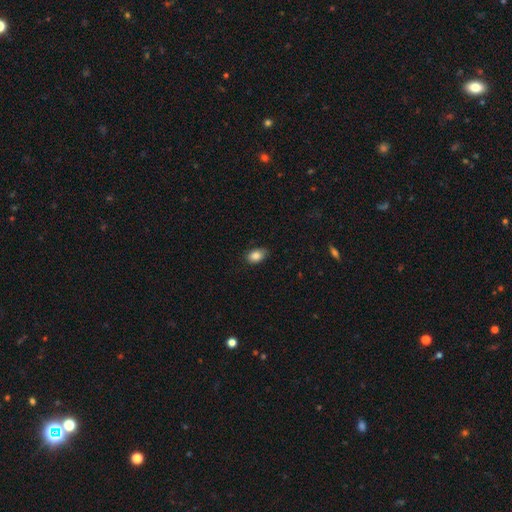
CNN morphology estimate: type=smooth (86%); roundness=in between (83%); merging=none (77%).